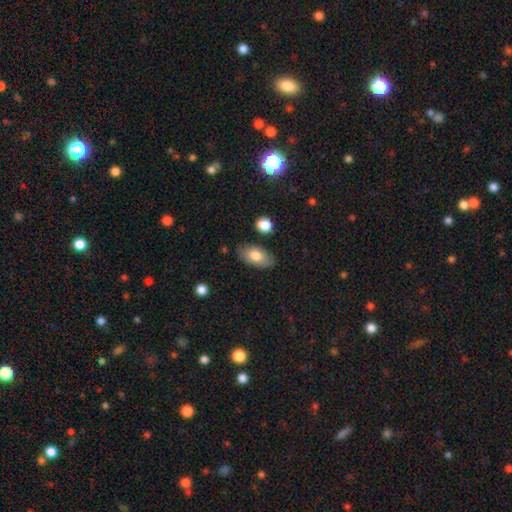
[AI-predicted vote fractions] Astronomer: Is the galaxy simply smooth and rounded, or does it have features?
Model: smooth — 75%.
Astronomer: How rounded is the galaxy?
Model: in between — 93%.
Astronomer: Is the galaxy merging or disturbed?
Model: none — 79%.